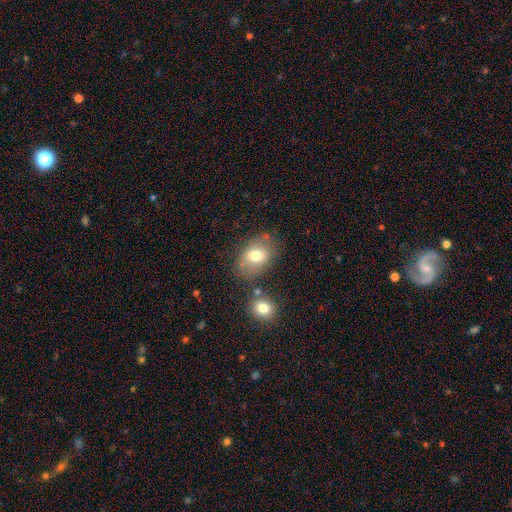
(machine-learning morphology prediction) Smooth or featured? smooth (72%)
How rounded? in between (73%)
Merging? none (65%)